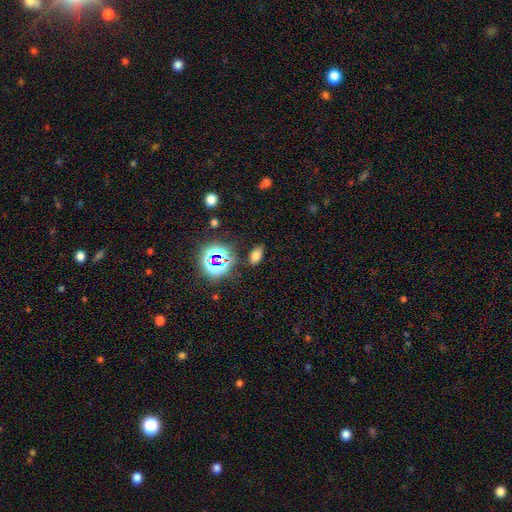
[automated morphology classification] smooth_or_featured: smooth (p=0.65) [alt: star or artifact p=0.25]
how_rounded: in between (p=0.86) [alt: round p=0.09]
merging: none (p=0.82) [alt: minor disturbance p=0.12]